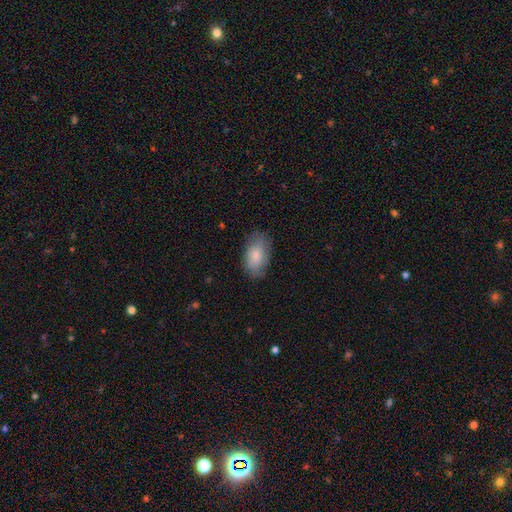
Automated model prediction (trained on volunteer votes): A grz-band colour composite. It shows a smooth galaxy with no disk features (76%) that is in between round and cigar-shaped (92%). Merging: none (75%).